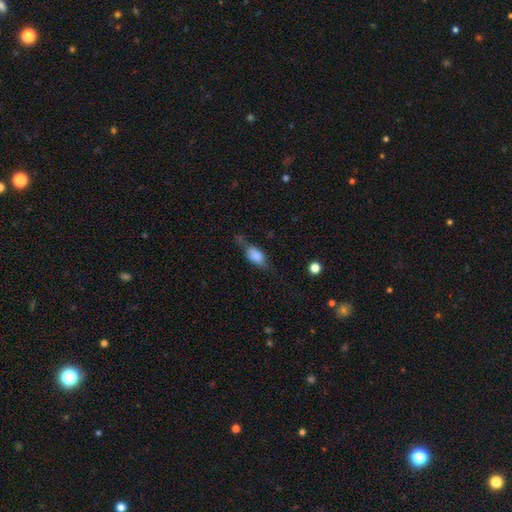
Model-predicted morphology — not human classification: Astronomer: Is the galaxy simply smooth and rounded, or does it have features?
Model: smooth — 65%.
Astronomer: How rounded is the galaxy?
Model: in between — 76%.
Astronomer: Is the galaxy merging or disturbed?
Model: none — 51% (runner-up: minor disturbance, 29%).